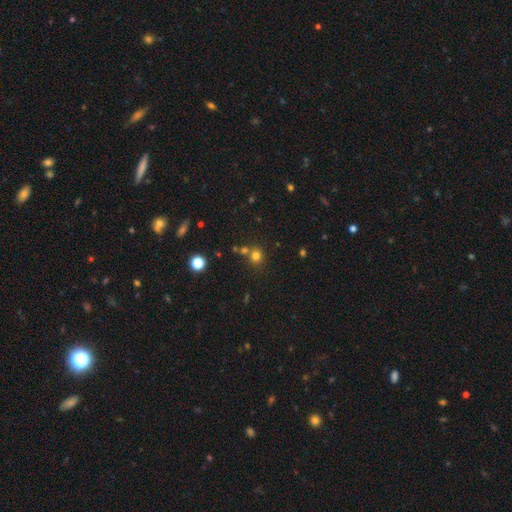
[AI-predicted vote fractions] Smooth or featured? smooth (75%)
How rounded? round (85%)
Merging? none (67%)